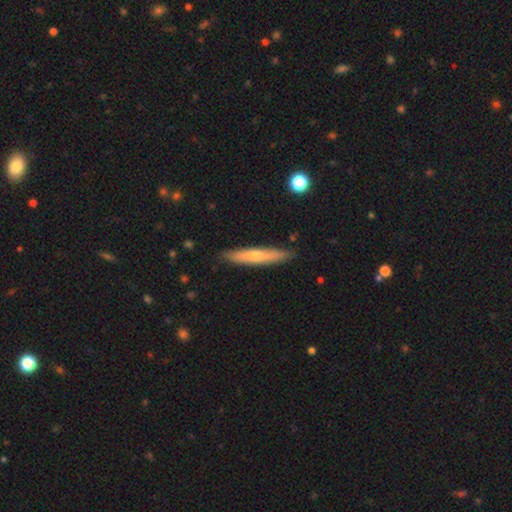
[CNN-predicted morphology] Overall: smooth (55%; featured or disk 40%). How rounded: cigar-shaped (92%). Merging: none (88%).